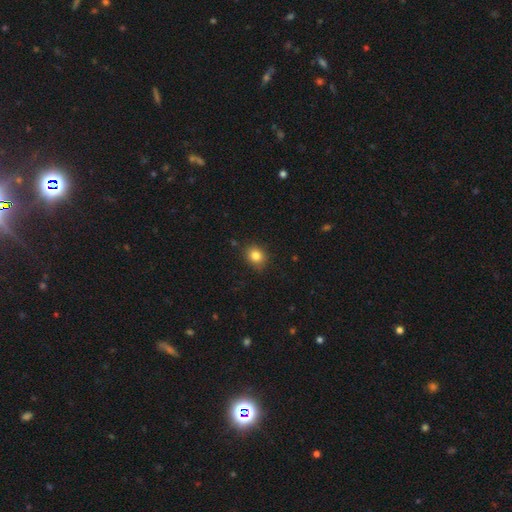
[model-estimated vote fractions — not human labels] This is clearly a smooth galaxy (83%). How rounded: likely round (67%). Merging: clearly none (86%).